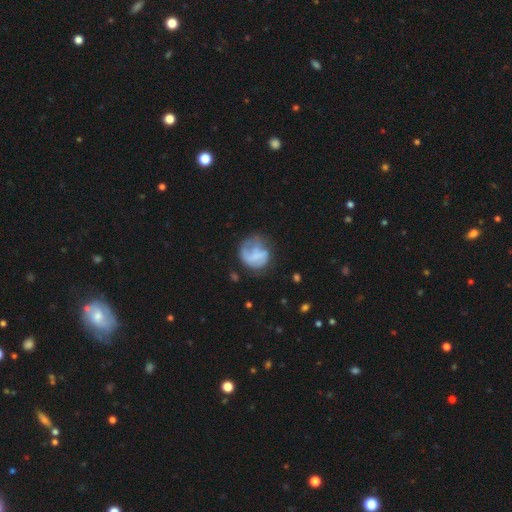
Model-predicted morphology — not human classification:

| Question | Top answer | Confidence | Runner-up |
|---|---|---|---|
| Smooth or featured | smooth | 48% | featured or disk (44%) |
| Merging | none | 40% | major disturbance (32%) |